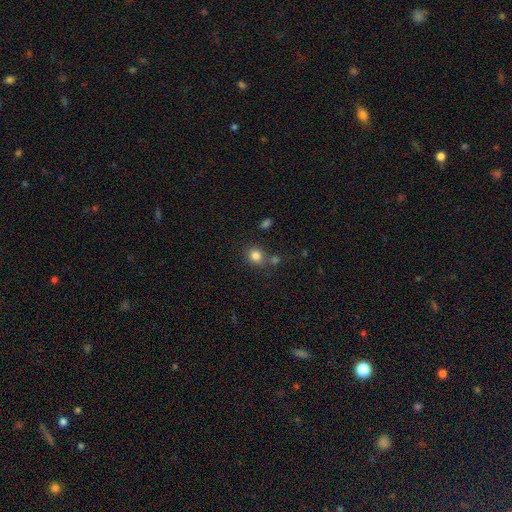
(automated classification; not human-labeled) Q: Smooth or featured?
A: smooth (82%); runner-up: star or artifact (12%)
Q: How rounded?
A: round (72%); runner-up: in between (27%)
Q: Merging?
A: none (69%); runner-up: merger (16%)